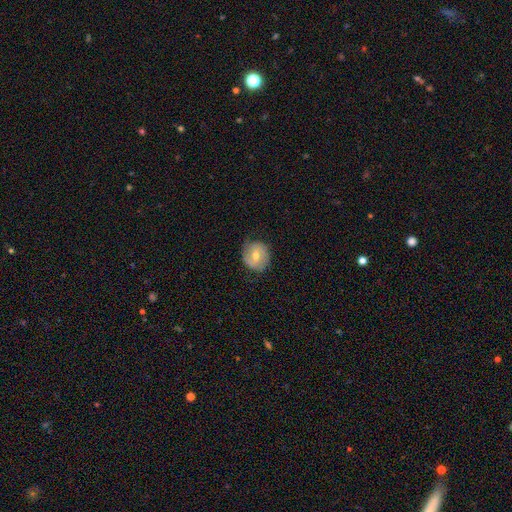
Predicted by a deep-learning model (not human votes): The model was most divided on "bar": no: 48%, weak: 39%, strong: 13%. More confident: edge-on disk — no (96%); spiral arms — yes (77%); merging — none (75%); bulge size — moderate (64%); smooth or featured — featured or disk (53%).